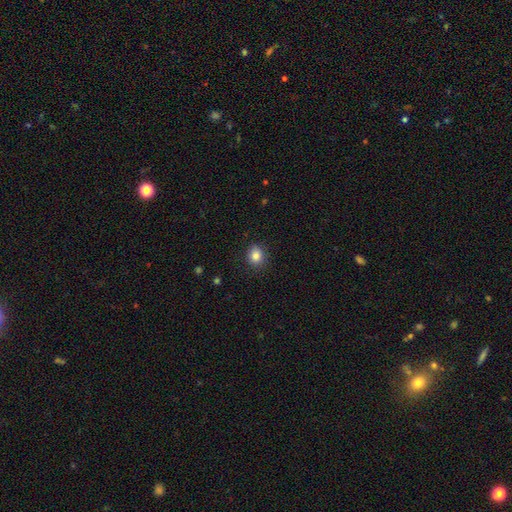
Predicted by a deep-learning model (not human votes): A smooth galaxy with no disk features (84%) that is round (68%).

Vote fractions:
- Smooth or featured? smooth: 84% / star or artifact: 10% / featured or disk: 6%
- How rounded? round: 68% / in between: 31% / cigar-shaped: 1%
- Merging? none: 87% / minor disturbance: 10% / major disturbance: 2% / merger: 1%